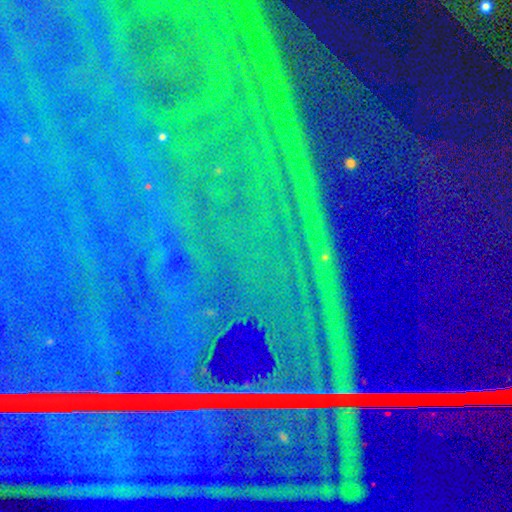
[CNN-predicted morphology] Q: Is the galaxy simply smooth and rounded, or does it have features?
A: star or artifact — 89%.